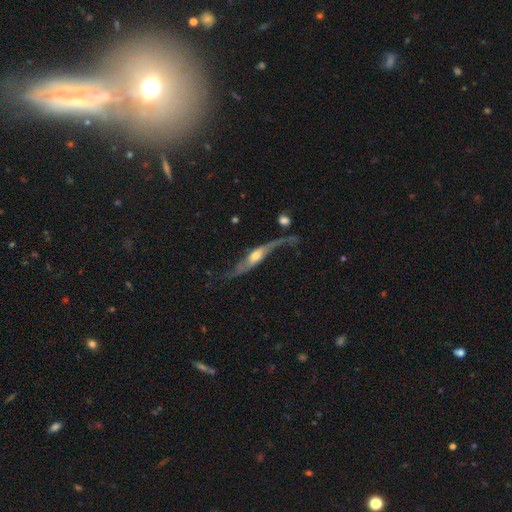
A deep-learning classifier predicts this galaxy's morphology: featured or disk 79%, smooth 16%, star or artifact 6%. Down the decision tree: edge-on disk — no (59%); merging — none (43%).